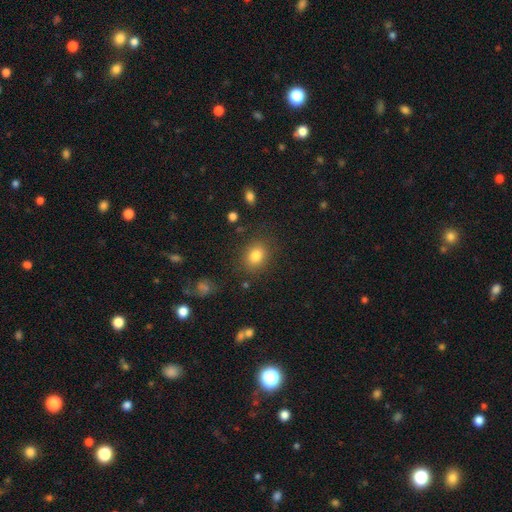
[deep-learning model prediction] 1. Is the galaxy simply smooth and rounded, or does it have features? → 82% smooth, 11% star or artifact, 7% featured or disk.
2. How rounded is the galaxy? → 52% in between, 47% round, 1% cigar-shaped.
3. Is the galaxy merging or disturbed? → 82% none, 11% minor disturbance, 4% major disturbance, 2% merger.